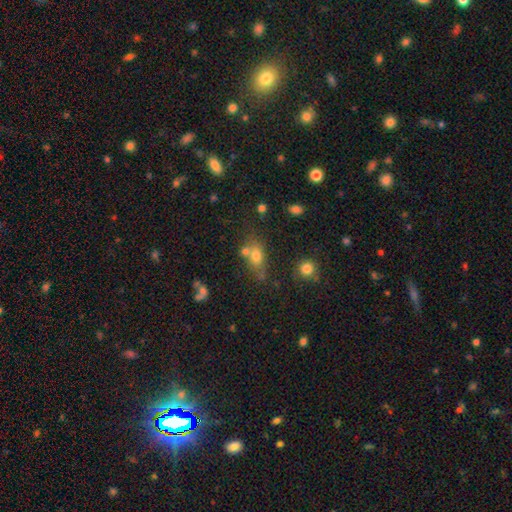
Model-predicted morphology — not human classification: A smooth galaxy with no disk features (70%) that is in between round and cigar-shaped (65%).

Vote fractions:
- Smooth or featured? smooth: 70% / featured or disk: 16% / star or artifact: 14%
- How rounded? in between: 65% / round: 28% / cigar-shaped: 7%
- Merging? none: 50% / merger: 28% / minor disturbance: 15% / major disturbance: 7%